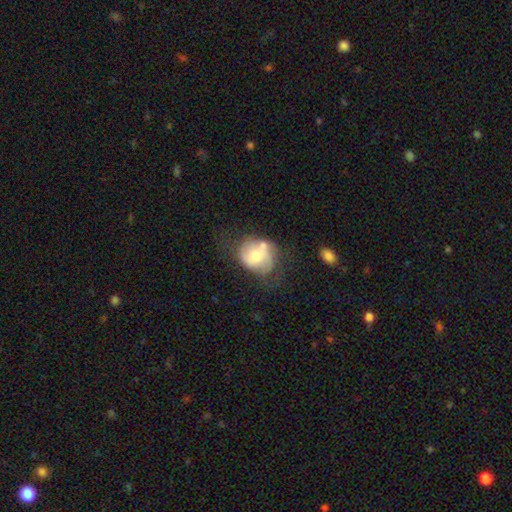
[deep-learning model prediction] This appears to be a smooth galaxy with no disk features (53%) that is round (65%). Merging: none (40%).